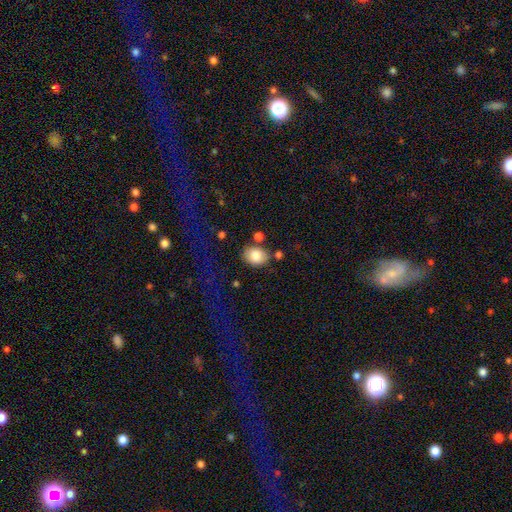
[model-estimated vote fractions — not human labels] Smooth or featured? smooth (83%)
How rounded? in between (61%)
Merging? none (78%)